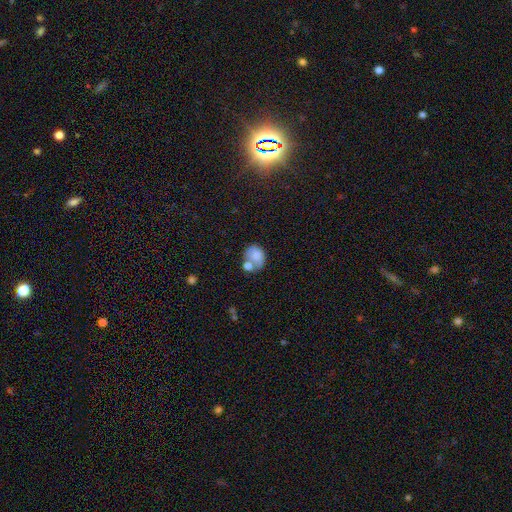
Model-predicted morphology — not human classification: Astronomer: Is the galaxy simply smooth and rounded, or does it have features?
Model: smooth — 76%.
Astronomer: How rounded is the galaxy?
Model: round — 51% (runner-up: in between, 48%).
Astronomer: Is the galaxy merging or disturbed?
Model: merger — 40% (runner-up: none, 35%).